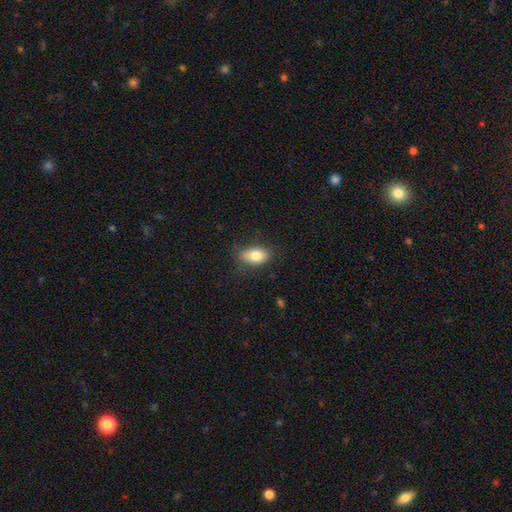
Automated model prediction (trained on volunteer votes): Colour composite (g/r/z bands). It shows a smooth galaxy with no disk features (80%) that is in between round and cigar-shaped (88%). Merging: none (77%).